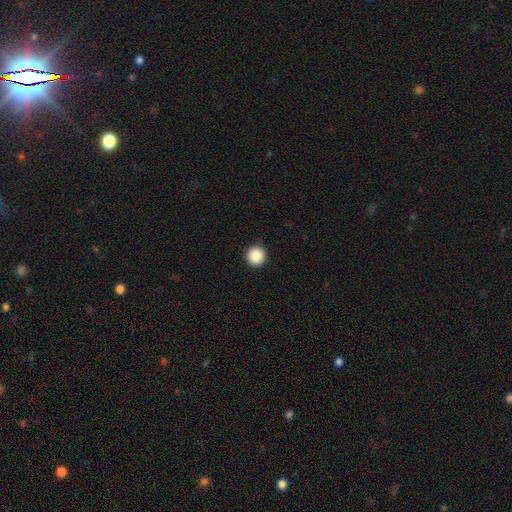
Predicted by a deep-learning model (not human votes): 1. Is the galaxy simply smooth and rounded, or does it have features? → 87% smooth, 9% star or artifact, 4% featured or disk.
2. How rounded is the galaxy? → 96% round, 3% in between, 1% cigar-shaped.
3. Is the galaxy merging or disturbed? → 93% none, 4% minor disturbance, 1% major disturbance, 1% merger.